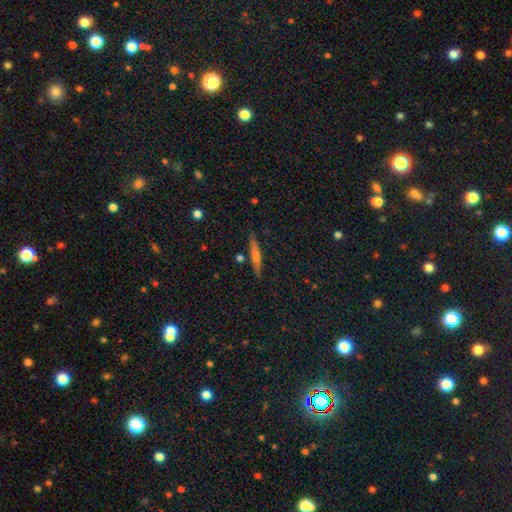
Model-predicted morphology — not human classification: smooth_or_featured: featured or disk (p=0.50) [alt: smooth p=0.42]
merging: none (p=0.89) [alt: minor disturbance p=0.08]